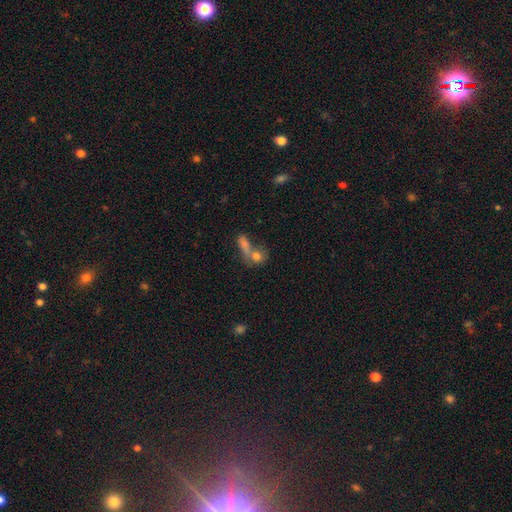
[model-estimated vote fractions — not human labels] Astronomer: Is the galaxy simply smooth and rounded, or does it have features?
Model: smooth — 74%.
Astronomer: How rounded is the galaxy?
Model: round — 54% (runner-up: in between, 40%).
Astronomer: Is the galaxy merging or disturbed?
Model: merger — 55% (runner-up: none, 30%).